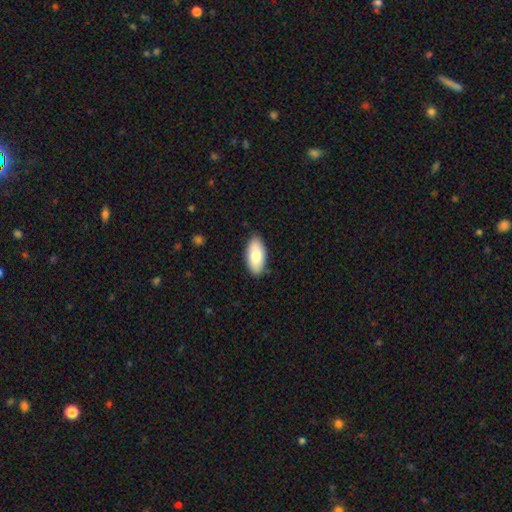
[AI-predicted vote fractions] smooth-or-featured: smooth: 78% | featured or disk: 16% | star or artifact: 6%
  how-rounded: in between: 93% | cigar-shaped: 5% | round: 2%
  merging: none: 86% | minor disturbance: 11% | major disturbance: 2% | merger: 1%